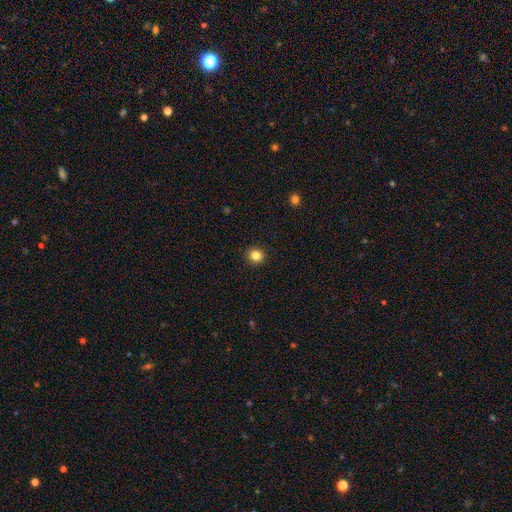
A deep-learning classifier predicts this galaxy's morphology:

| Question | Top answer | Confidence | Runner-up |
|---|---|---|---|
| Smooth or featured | smooth | 84% | star or artifact (11%) |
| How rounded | round | 86% | in between (13%) |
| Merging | none | 92% | minor disturbance (5%) |